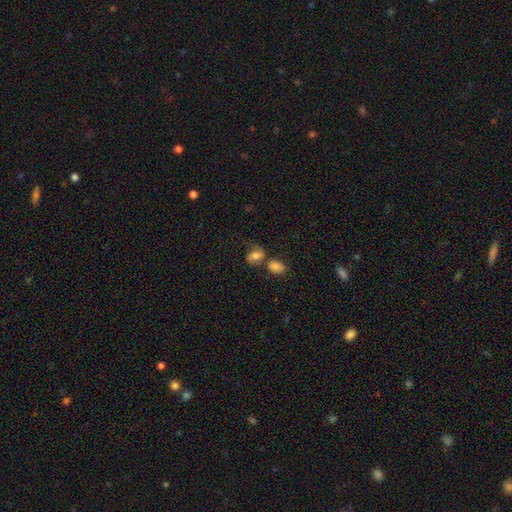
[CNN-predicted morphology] A smooth galaxy with no disk features (66%) that is in between round and cigar-shaped (75%). Merging: none (40%).